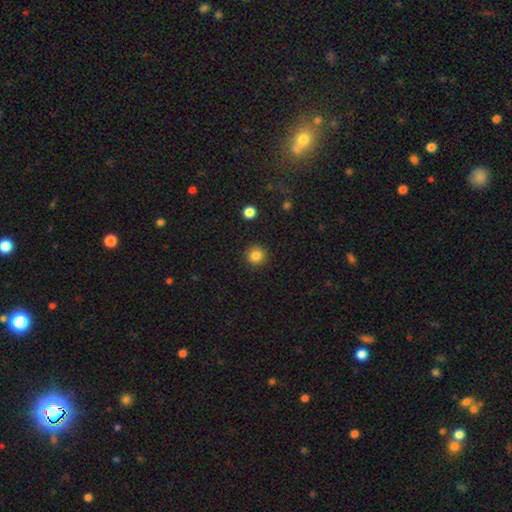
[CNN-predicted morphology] The model was most divided on "smooth or featured": smooth: 85%, star or artifact: 11%, featured or disk: 5%. More confident: how rounded — round (94%); merging — none (92%).